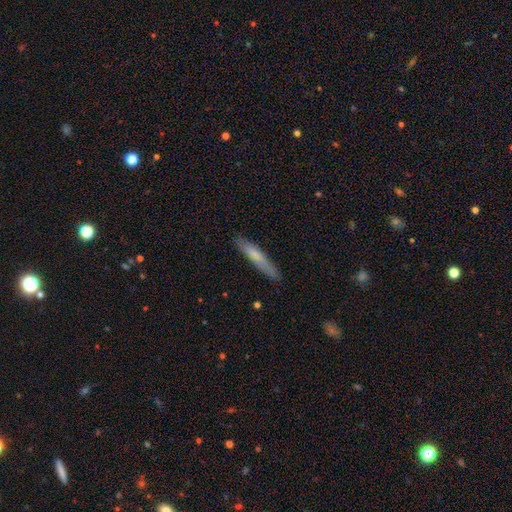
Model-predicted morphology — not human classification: Smooth or featured? Predicted: smooth (p=0.60). How rounded? Predicted: cigar-shaped (p=0.91). Merging? Predicted: none (p=0.83).